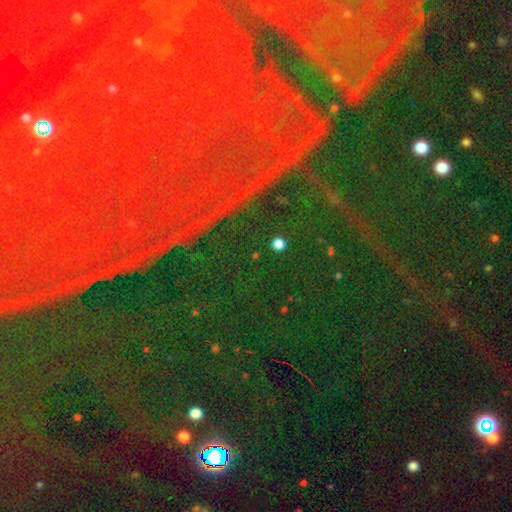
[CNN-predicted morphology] This appears to be a star or artifact, not a galaxy (73%).